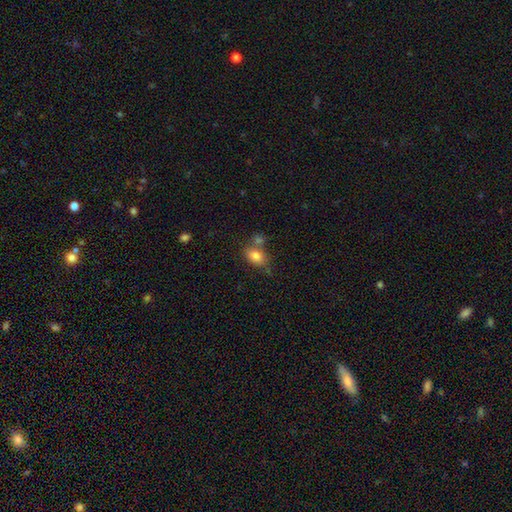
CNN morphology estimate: Smooth or featured? smooth (81%)
How rounded? in between (78%)
Merging? none (53%)